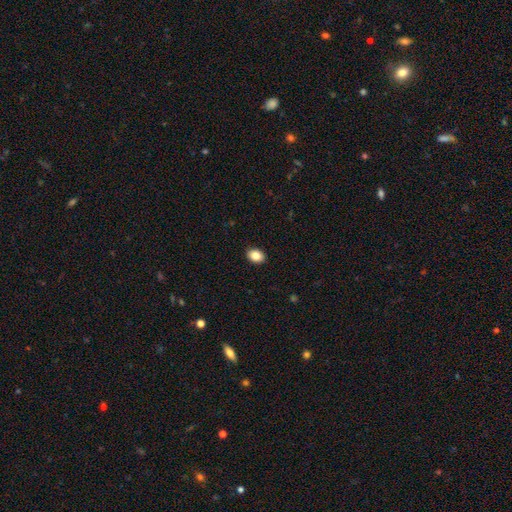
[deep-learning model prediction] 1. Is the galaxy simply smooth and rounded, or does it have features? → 85% smooth, 8% star or artifact, 6% featured or disk.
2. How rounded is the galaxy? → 70% in between, 29% round, 1% cigar-shaped.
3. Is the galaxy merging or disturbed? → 91% none, 7% minor disturbance, 2% major disturbance, 1% merger.